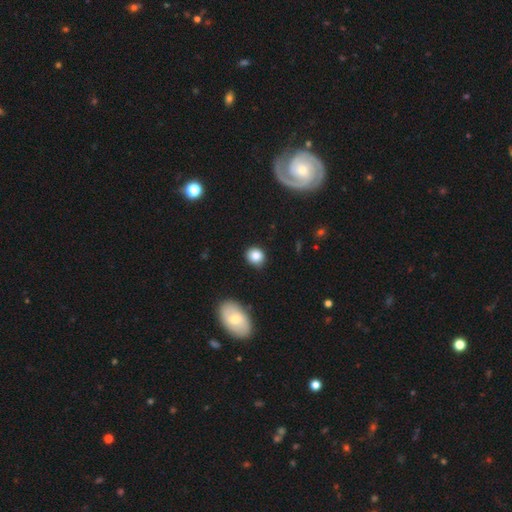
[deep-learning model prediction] Smooth or featured?
  - smooth: 85% *
  - star or artifact: 9%
  - featured or disk: 6%
How rounded?
  - round: 71% *
  - in between: 28%
  - cigar-shaped: 1%
Merging?
  - none: 84% *
  - minor disturbance: 11%
  - major disturbance: 3%
  - merger: 2%